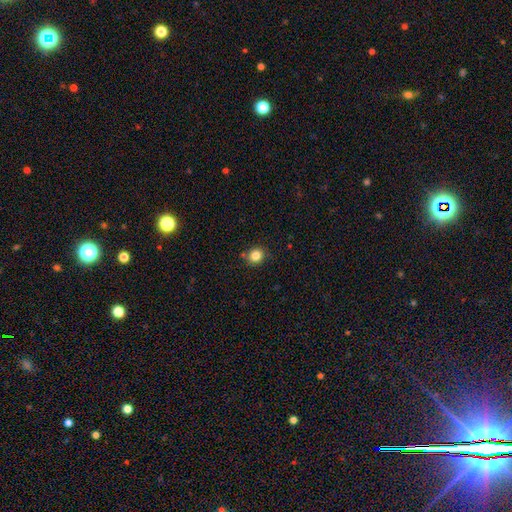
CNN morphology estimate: Q: Smooth or featured?
A: smooth (83%); runner-up: star or artifact (12%)
Q: How rounded?
A: round (88%); runner-up: in between (11%)
Q: Merging?
A: none (83%); runner-up: minor disturbance (10%)